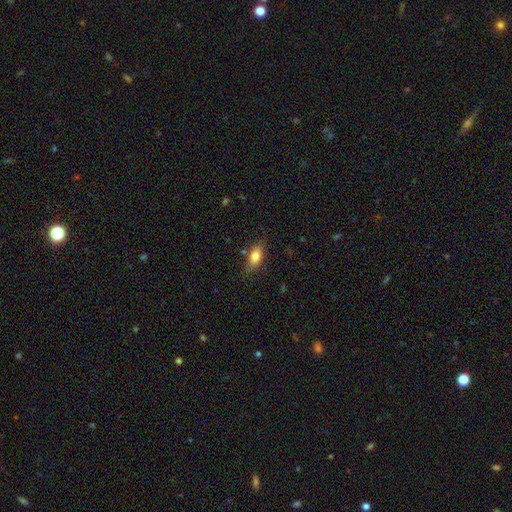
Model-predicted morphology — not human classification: Smooth or featured?
  - smooth: 81% *
  - featured or disk: 12%
  - star or artifact: 8%
How rounded?
  - in between: 86% *
  - cigar-shaped: 8%
  - round: 6%
Merging?
  - none: 75% *
  - minor disturbance: 18%
  - major disturbance: 4%
  - merger: 3%